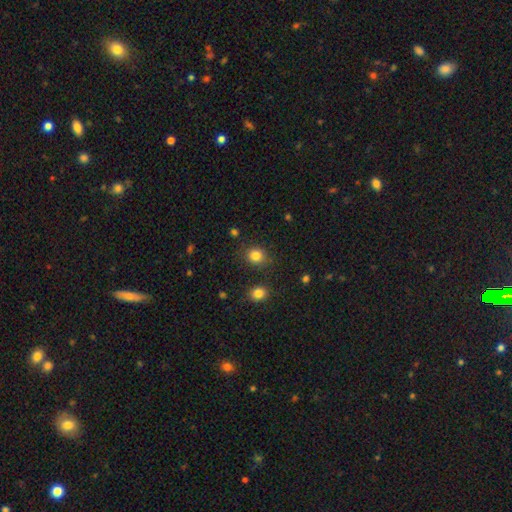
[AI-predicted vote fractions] The model was most divided on "how rounded": round: 74%, in between: 25%, cigar-shaped: 1%. More confident: merging — none (84%); smooth or featured — smooth (84%).